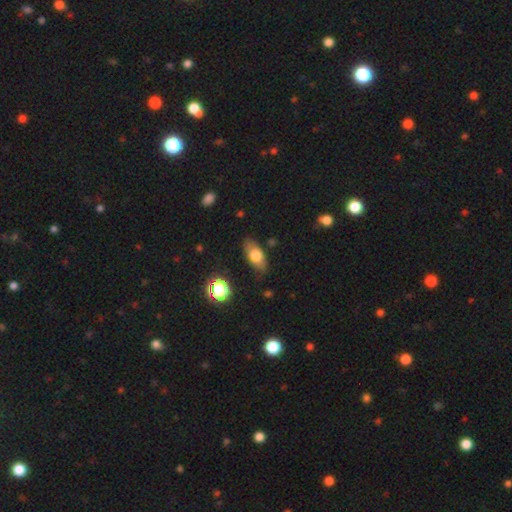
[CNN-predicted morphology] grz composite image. It shows a smooth galaxy with no disk features (71%) that is in between round and cigar-shaped (85%). Merging: none (80%).